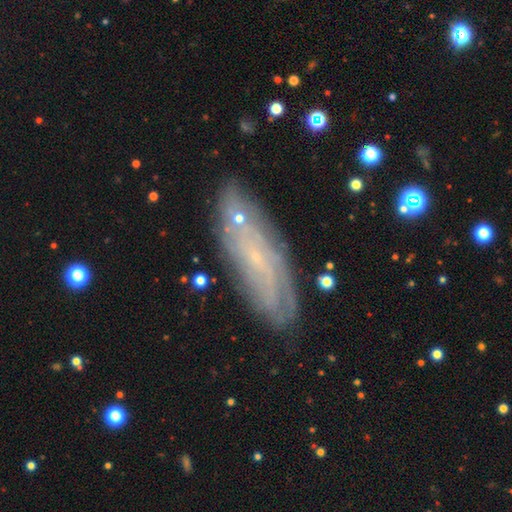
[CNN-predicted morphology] smooth-or-featured: featured or disk: 66% | smooth: 24% | star or artifact: 10%
  disk-edge-on: no: 78% | yes: 22%
    bar: no: 71% | weak: 23% | strong: 7%
    has-spiral-arms: yes: 80% | no: 20%
    bulge-size: small: 83% | none: 9% | moderate: 6% | large: 1% | dominant: 1%
  merging: none: 79% | minor disturbance: 14% | major disturbance: 4% | merger: 3%